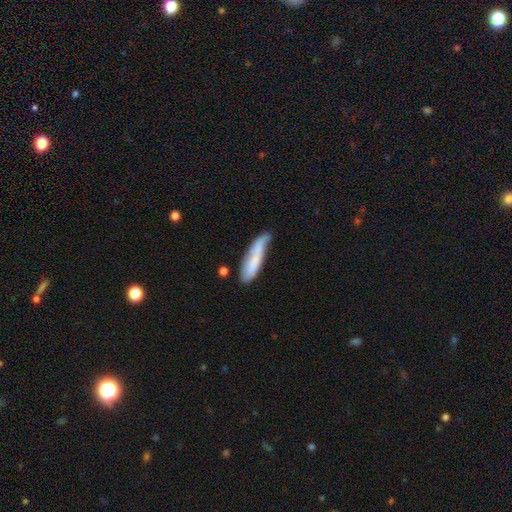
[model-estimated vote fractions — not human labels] Smooth or featured: smooth — 69% (featured or disk — 25%)
How rounded: cigar-shaped — 75% (in between — 24%)
Merging: none — 45% (minor disturbance — 35%)